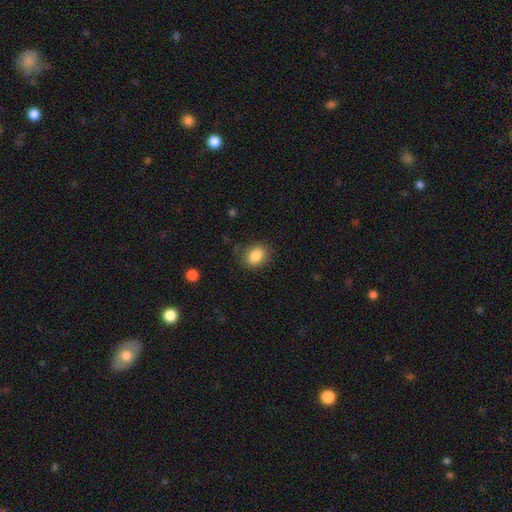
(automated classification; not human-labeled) This is clearly a smooth galaxy (85%). How rounded: likely in between (63%). Merging: likely none (80%).